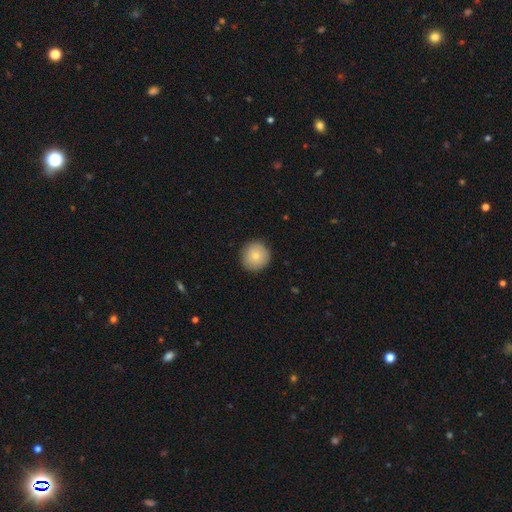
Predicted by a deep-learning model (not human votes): Smooth or featured? Predicted: smooth (p=0.80). How rounded? Predicted: round (p=0.95). Merging? Predicted: none (p=0.90).